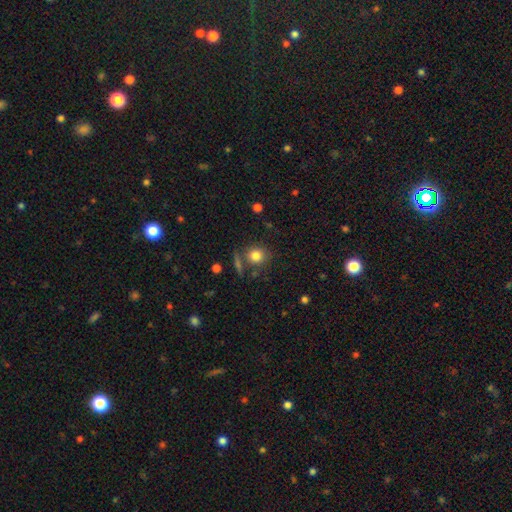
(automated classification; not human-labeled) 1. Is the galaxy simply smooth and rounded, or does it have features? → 81% smooth, 11% star or artifact, 9% featured or disk.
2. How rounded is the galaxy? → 84% round, 14% in between, 1% cigar-shaped.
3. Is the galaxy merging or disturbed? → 72% none, 12% minor disturbance, 11% merger, 5% major disturbance.